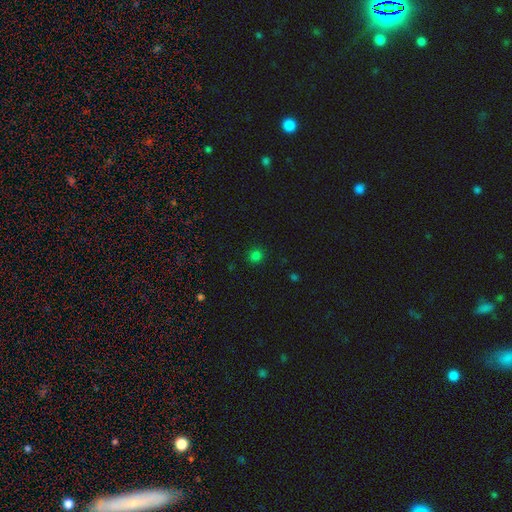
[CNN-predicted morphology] A smooth galaxy with no disk features (79%) that is round (89%). Merging: none (91%).